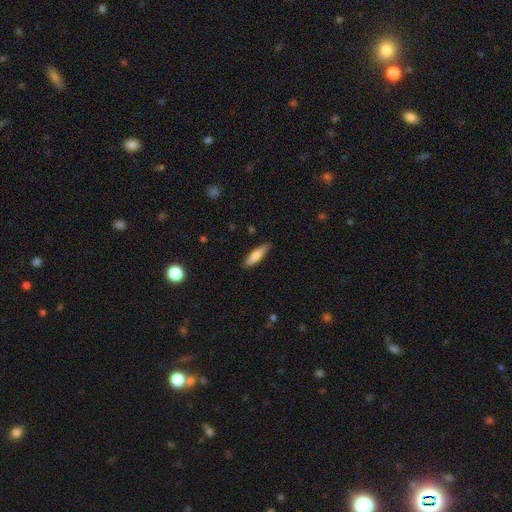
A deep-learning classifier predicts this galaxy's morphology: smooth_or_featured: smooth (p=0.75) [alt: featured or disk p=0.19]
how_rounded: cigar-shaped (p=0.67) [alt: in between p=0.31]
merging: none (p=0.83) [alt: minor disturbance p=0.13]